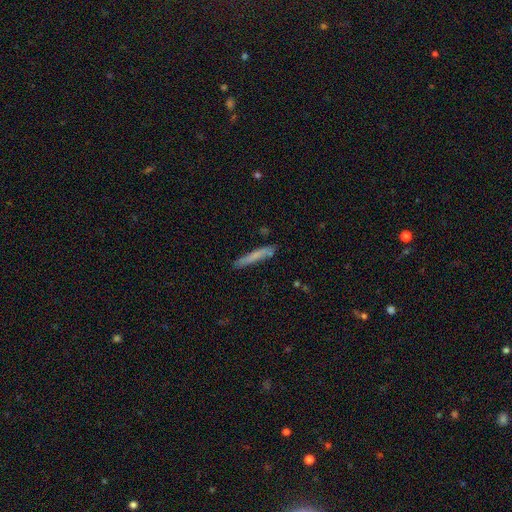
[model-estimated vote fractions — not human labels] Smooth or featured?
  - smooth: 67% *
  - featured or disk: 26%
  - star or artifact: 7%
How rounded?
  - cigar-shaped: 95% *
  - in between: 4%
  - round: 1%
Merging?
  - none: 83% *
  - minor disturbance: 13%
  - major disturbance: 2%
  - merger: 2%